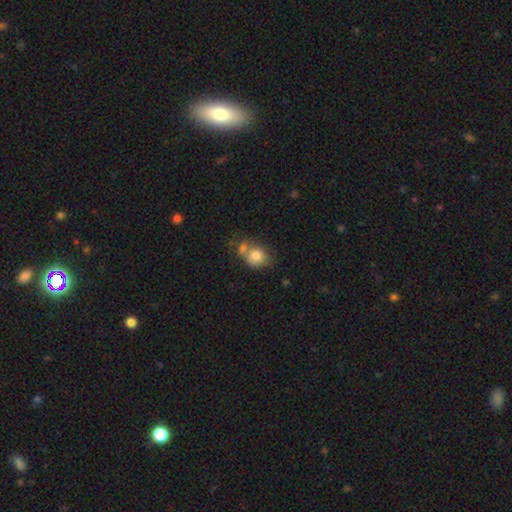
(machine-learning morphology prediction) This is likely a smooth galaxy (79%). How rounded: likely round (71%). Merging: marginally none (42%).